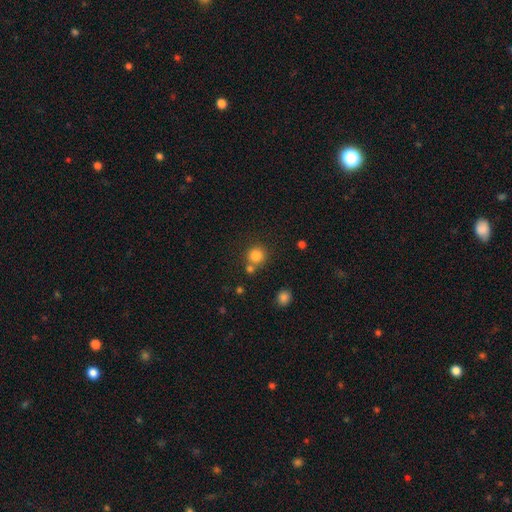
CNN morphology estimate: smooth_or_featured: smooth (p=0.82) [alt: star or artifact p=0.12]
how_rounded: round (p=0.92) [alt: in between p=0.08]
merging: none (p=0.69) [alt: merger p=0.20]